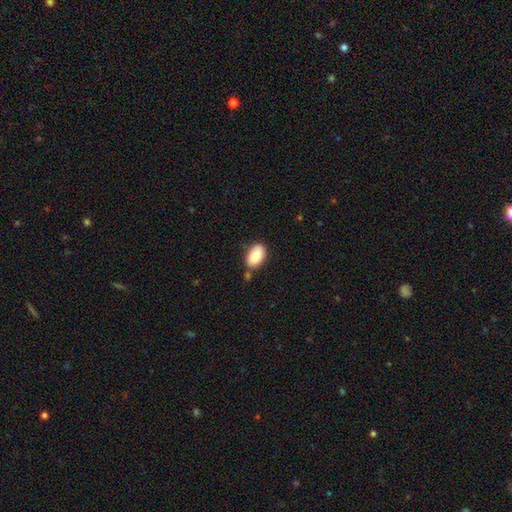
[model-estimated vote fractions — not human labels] A smooth galaxy with no disk features (85%) that is in between round and cigar-shaped (92%). Merging: none (68%).